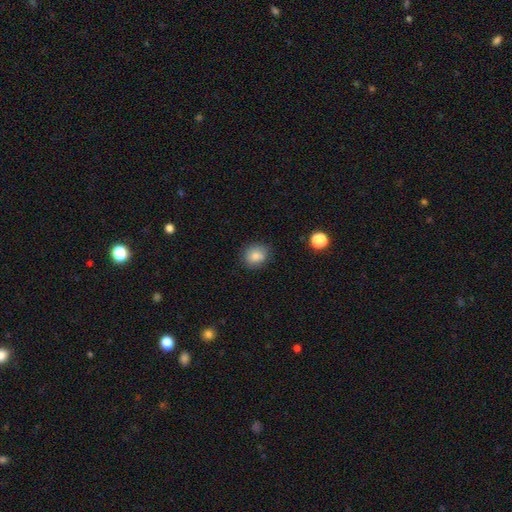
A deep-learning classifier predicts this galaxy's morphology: smooth 82%, star or artifact 10%, featured or disk 8%. Down the decision tree: how rounded — round (73%); merging — none (81%).